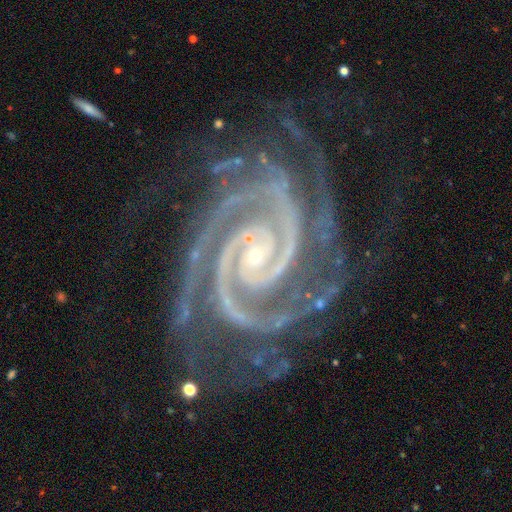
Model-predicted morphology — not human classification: smooth_or_featured: featured or disk (p=0.95) [alt: star or artifact p=0.04]
disk_edge_on: no (p=0.98) [alt: yes p=0.02]
bar: no (p=0.51) [alt: weak p=0.27]
has_spiral_arms: yes (p=0.99) [alt: no p=0.01]
spiral_winding: tight (p=0.79) [alt: medium p=0.19]
spiral_arm_count: 2 (p=0.56) [alt: 3 p=0.17]
bulge_size: small (p=0.82) [alt: moderate p=0.13]
merging: none (p=0.71) [alt: minor disturbance p=0.18]